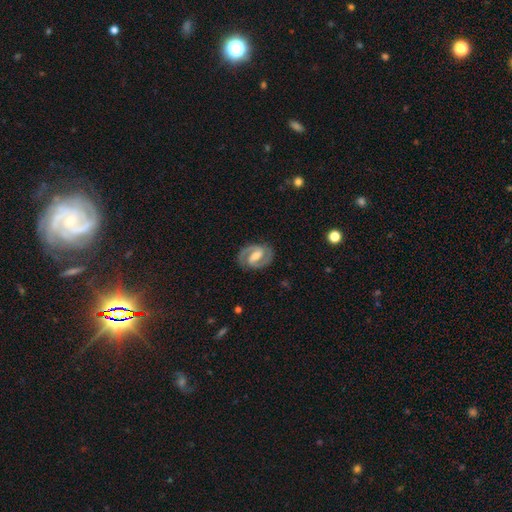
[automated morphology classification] type=featured or disk (89%); edge-on=no (98%); bar=weak (44%); spiral arms=yes (97%); winding=medium (52%); arm count=2 (93%); bulge=moderate (58%); merging=none (85%).